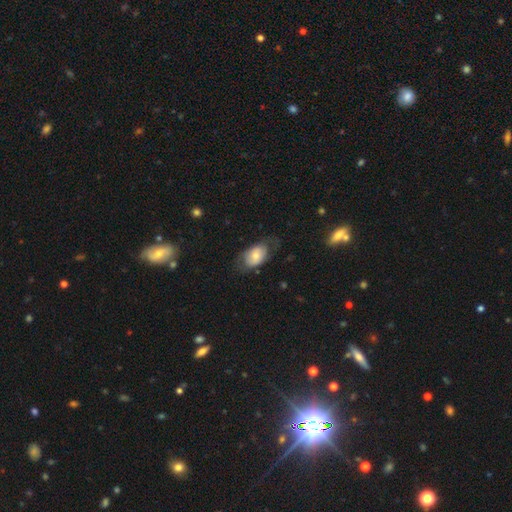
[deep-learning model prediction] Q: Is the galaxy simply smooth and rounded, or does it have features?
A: smooth — 67%.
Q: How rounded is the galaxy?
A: in between — 88%.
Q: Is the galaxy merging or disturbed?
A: none — 59%.